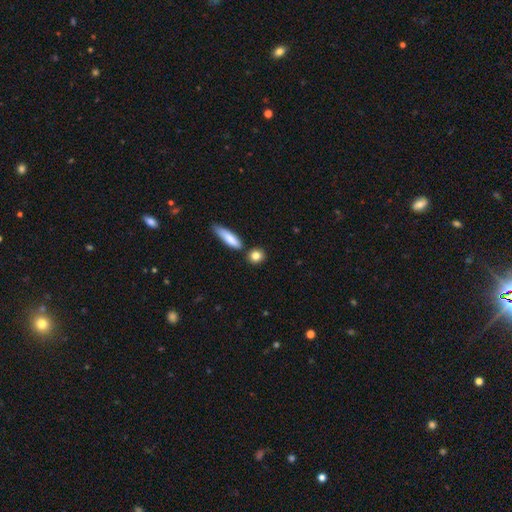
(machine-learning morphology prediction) This is clearly a smooth galaxy (84%). How rounded: likely round (64%). Merging: likely none (77%).